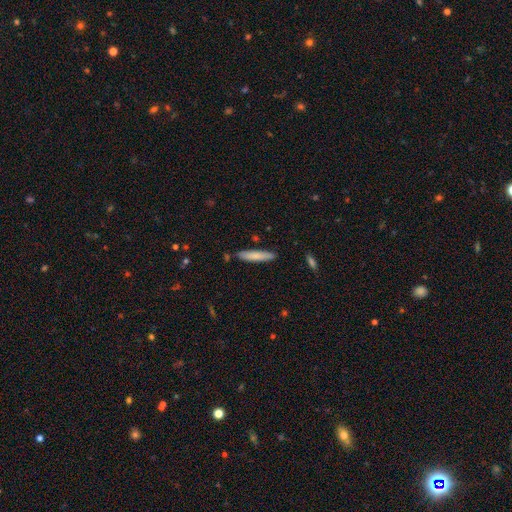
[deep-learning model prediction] Smooth or featured?
  - smooth: 79% *
  - featured or disk: 16%
  - star or artifact: 6%
How rounded?
  - cigar-shaped: 88% *
  - in between: 10%
  - round: 1%
Merging?
  - none: 84% *
  - minor disturbance: 11%
  - merger: 3%
  - major disturbance: 2%